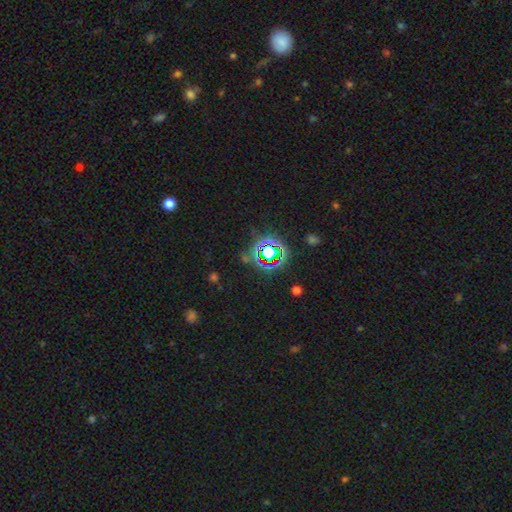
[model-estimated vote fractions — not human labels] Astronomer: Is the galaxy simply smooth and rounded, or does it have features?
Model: star or artifact — 73%.